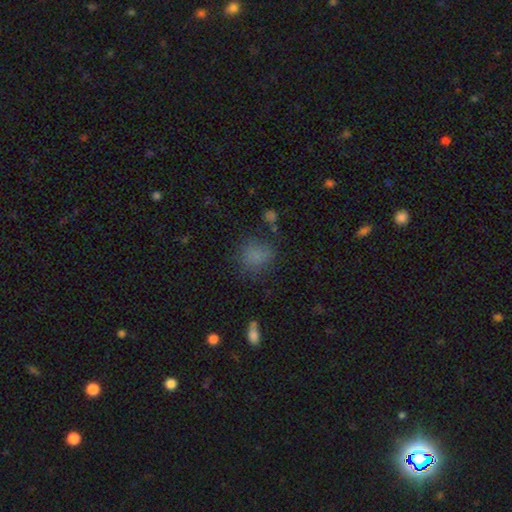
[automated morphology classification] The model was most divided on "how rounded": round: 72%, in between: 26%, cigar-shaped: 1%. More confident: smooth or featured — smooth (76%); merging — none (68%).